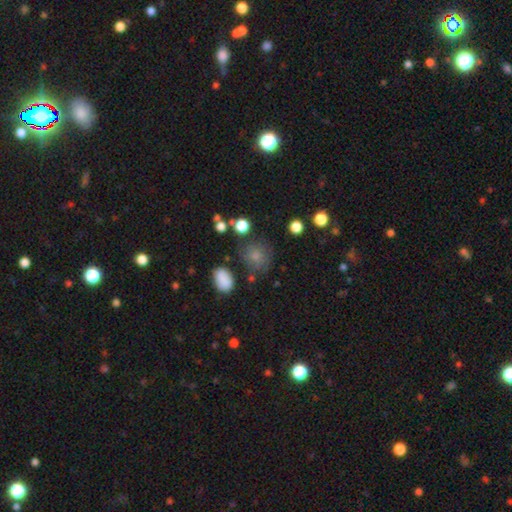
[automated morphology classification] The model was most divided on "merging": none: 65%, minor disturbance: 20%, major disturbance: 10%, merger: 5%. More confident: how rounded — round (80%); smooth or featured — smooth (75%).